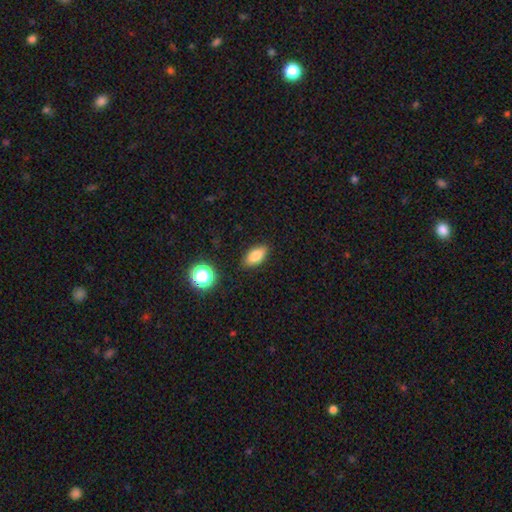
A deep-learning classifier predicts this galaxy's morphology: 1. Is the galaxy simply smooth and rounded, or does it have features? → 80% smooth, 10% featured or disk, 10% star or artifact.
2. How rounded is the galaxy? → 84% in between, 10% cigar-shaped, 7% round.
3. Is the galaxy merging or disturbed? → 86% none, 10% minor disturbance, 2% major disturbance, 2% merger.